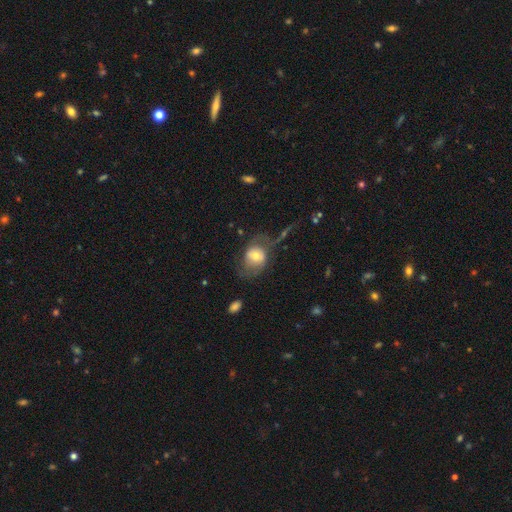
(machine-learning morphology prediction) The model was most divided on "merging": none: 40%, major disturbance: 32%, minor disturbance: 22%, merger: 6%. More confident: how rounded — round (54%); smooth or featured — smooth (53%).